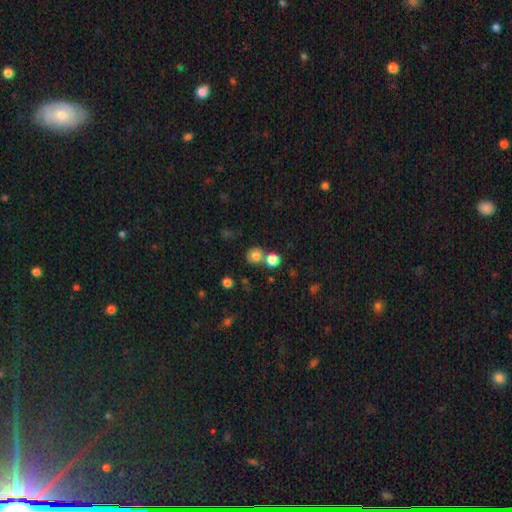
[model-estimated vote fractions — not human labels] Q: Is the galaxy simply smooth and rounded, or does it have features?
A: smooth — 77%.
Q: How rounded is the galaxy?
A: round — 82%.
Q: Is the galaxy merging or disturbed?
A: none — 61%.